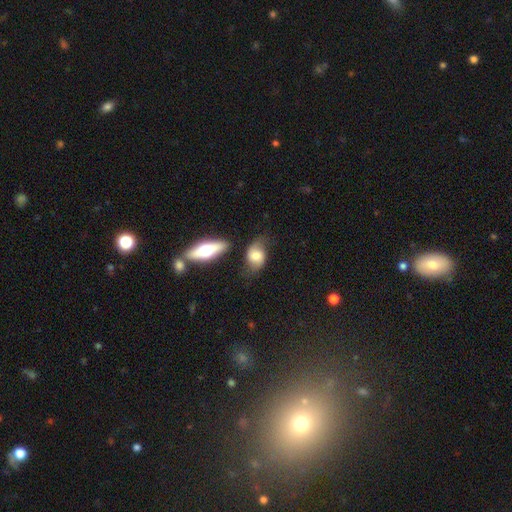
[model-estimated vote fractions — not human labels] Smooth or featured? Predicted: smooth (p=0.55). How rounded? Predicted: in between (p=0.75). Merging? Predicted: none (p=0.60).